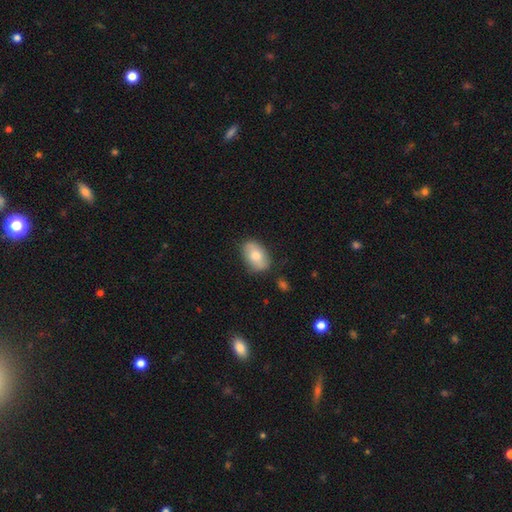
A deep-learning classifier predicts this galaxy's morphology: smooth_or_featured: smooth (p=0.72) [alt: featured or disk p=0.21]
how_rounded: in between (p=0.87) [alt: round p=0.11]
merging: none (p=0.79) [alt: minor disturbance p=0.16]